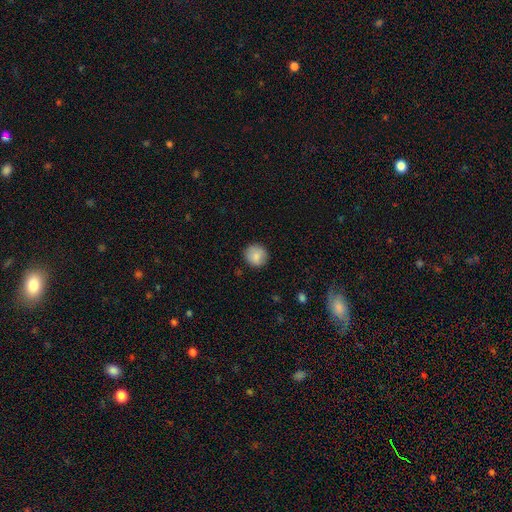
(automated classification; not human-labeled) smooth_or_featured: smooth (p=0.85) [alt: star or artifact p=0.08]
how_rounded: round (p=0.91) [alt: in between p=0.08]
merging: none (p=0.87) [alt: minor disturbance p=0.09]